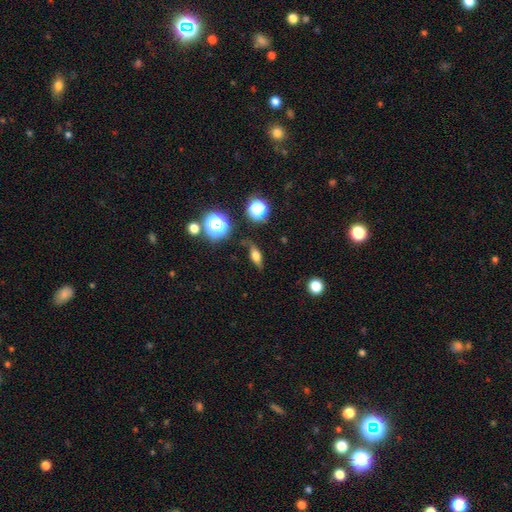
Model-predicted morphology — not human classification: Q: Smooth or featured?
A: smooth (54%); runner-up: featured or disk (33%)
Q: How rounded?
A: in between (54%); runner-up: cigar-shaped (31%)
Q: Merging?
A: none (74%); runner-up: minor disturbance (17%)